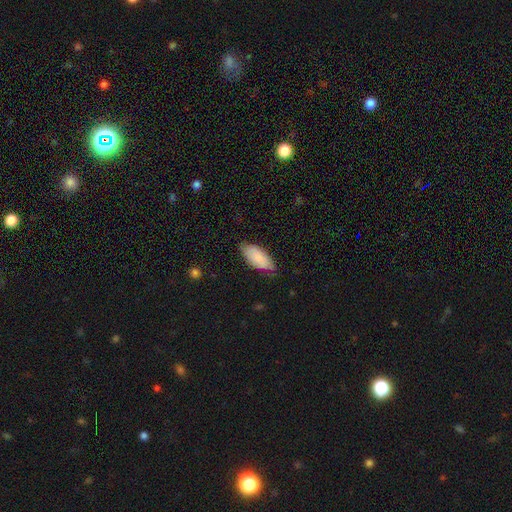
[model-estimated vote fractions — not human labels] Smooth or featured: smooth — 84% (featured or disk — 10%)
How rounded: in between — 89% (cigar-shaped — 9%)
Merging: none — 69% (minor disturbance — 26%)